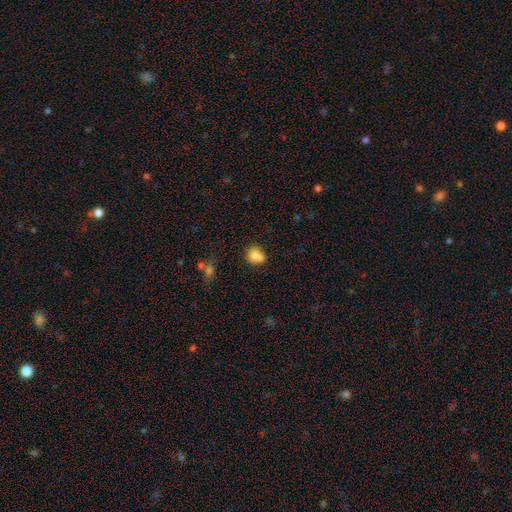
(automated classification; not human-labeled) Smooth or featured: smooth — 81% (star or artifact — 10%)
How rounded: round — 56% (in between — 42%)
Merging: none — 53% (minor disturbance — 22%)